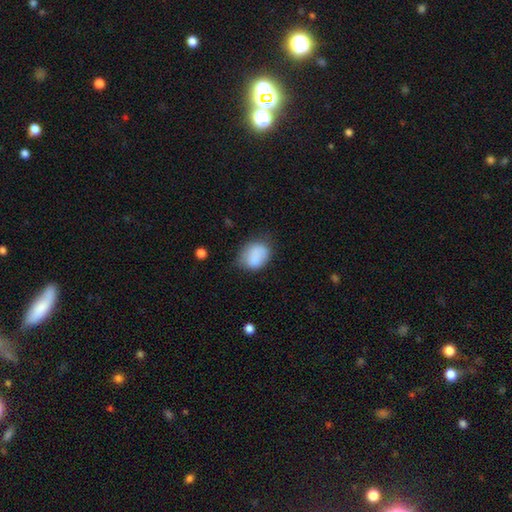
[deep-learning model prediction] smooth-or-featured: smooth: 81% | featured or disk: 11% | star or artifact: 8%
  how-rounded: in between: 60% | round: 39% | cigar-shaped: 1%
  merging: none: 58% | minor disturbance: 28% | major disturbance: 8% | merger: 6%